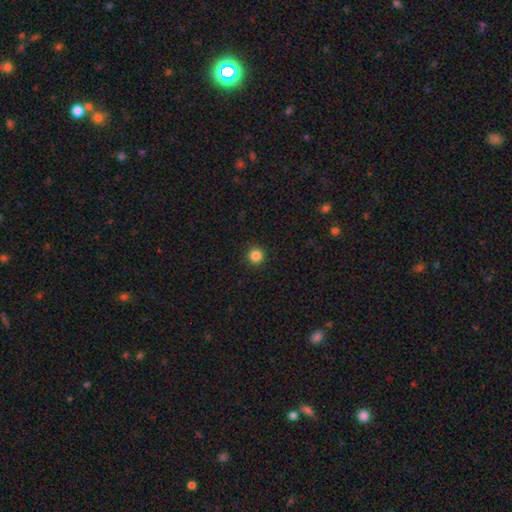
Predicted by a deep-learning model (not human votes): smooth 85%, star or artifact 12%, featured or disk 3%. Down the decision tree: how rounded — round (95%); merging — none (92%).